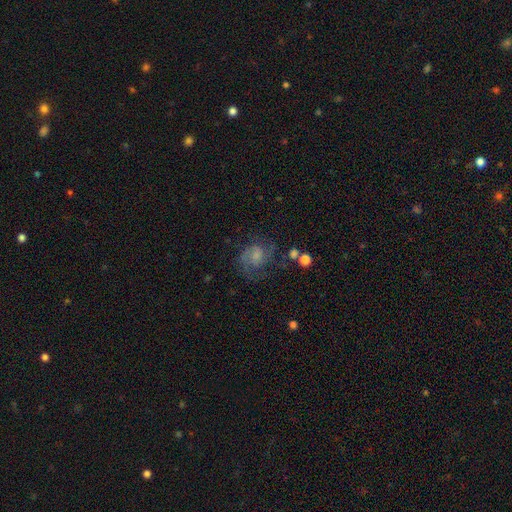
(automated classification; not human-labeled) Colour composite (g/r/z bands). It shows a featured or disk galaxy (63%) with no bar (65%), 2 (48%) medium (48%) spiral arms (86%) and a small central bulge (44%). Merging: none (57%).